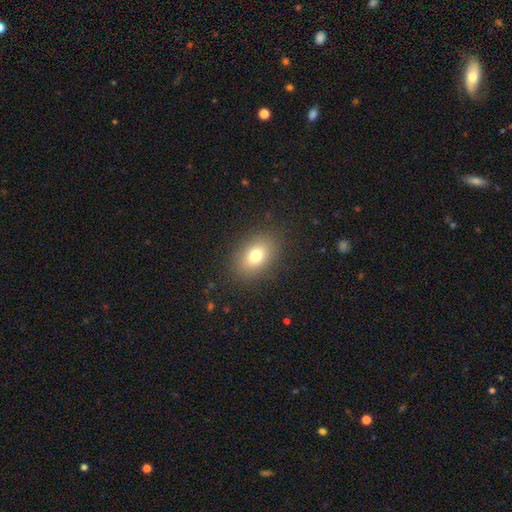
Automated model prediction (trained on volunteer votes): smooth 76%, featured or disk 12%, star or artifact 11%. Down the decision tree: how rounded — in between (76%); merging — none (86%).